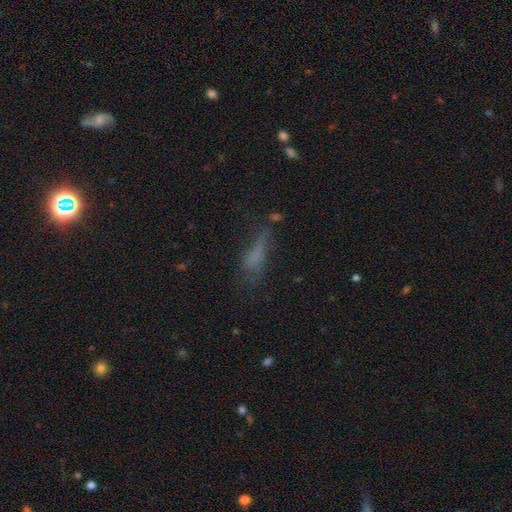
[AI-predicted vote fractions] The model was most divided on "merging": none: 44%, minor disturbance: 26%, major disturbance: 25%, merger: 5%. More confident: how rounded — cigar-shaped (60%); smooth or featured — smooth (59%).